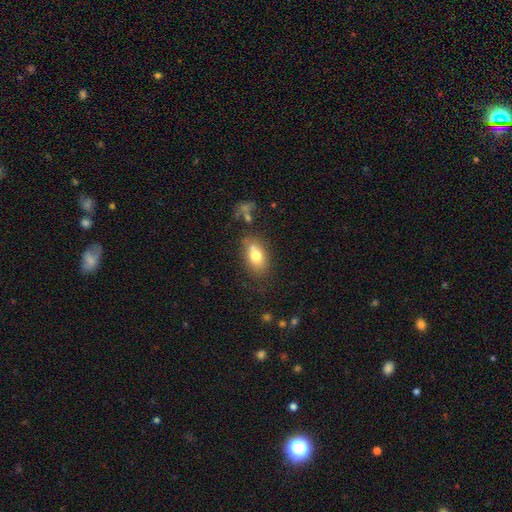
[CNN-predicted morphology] Smooth or featured? Predicted: smooth (p=0.75). How rounded? Predicted: in between (p=0.84). Merging? Predicted: none (p=0.63).